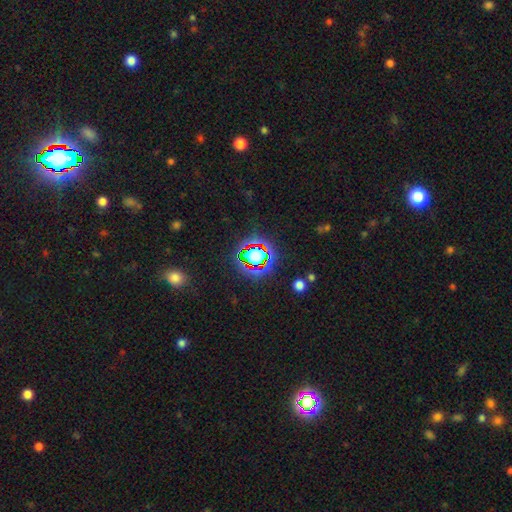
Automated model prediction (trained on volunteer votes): Smooth or featured?
  - star or artifact: 63% *
  - smooth: 24%
  - featured or disk: 13%